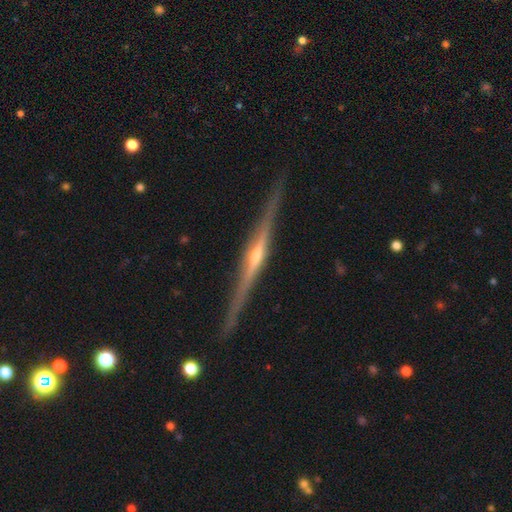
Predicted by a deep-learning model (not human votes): This appears to be a featured or disk galaxy (87%) viewed edge-on (98%) with a rounded central bulge (81%). Merging: none (91%).